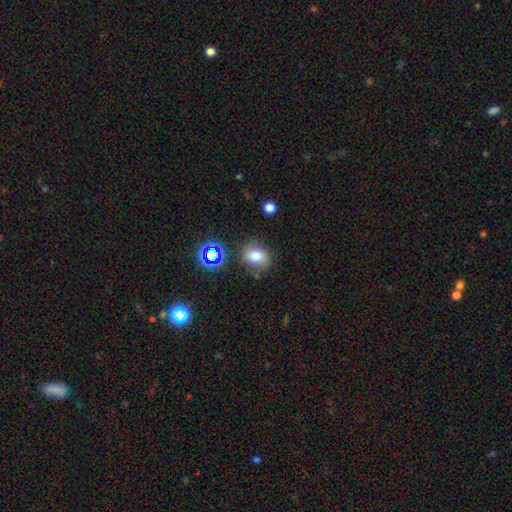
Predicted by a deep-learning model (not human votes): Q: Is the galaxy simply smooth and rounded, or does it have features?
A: smooth — 72%.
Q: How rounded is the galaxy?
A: round — 51%.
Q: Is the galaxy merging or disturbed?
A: none — 74%.